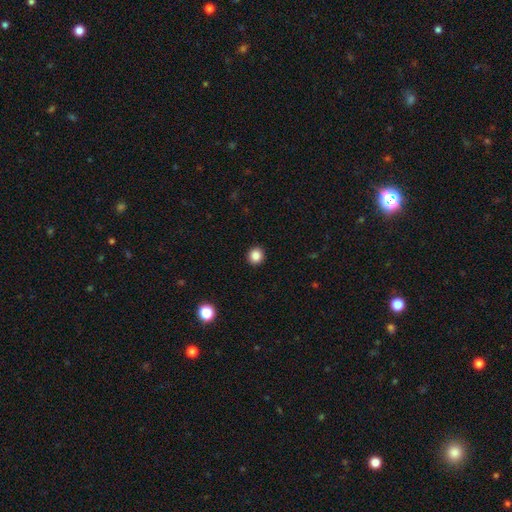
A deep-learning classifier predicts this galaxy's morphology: A smooth galaxy with no disk features (86%) that is round (91%).

Vote fractions:
- Smooth or featured? smooth: 86% / star or artifact: 10% / featured or disk: 4%
- How rounded? round: 91% / in between: 8% / cigar-shaped: 1%
- Merging? none: 93% / minor disturbance: 5% / major disturbance: 2% / merger: 1%